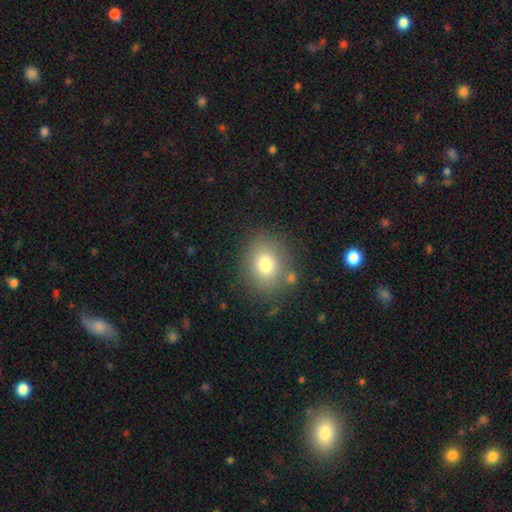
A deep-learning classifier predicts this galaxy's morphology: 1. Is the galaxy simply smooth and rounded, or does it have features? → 68% smooth, 22% star or artifact, 10% featured or disk.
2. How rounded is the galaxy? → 68% round, 31% in between, 1% cigar-shaped.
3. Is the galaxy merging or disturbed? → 86% none, 8% minor disturbance, 4% merger, 3% major disturbance.